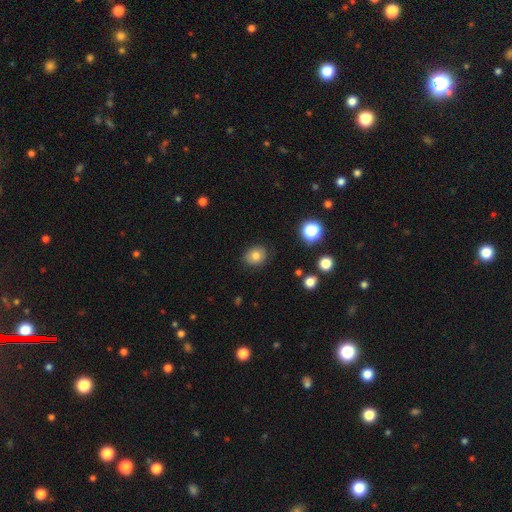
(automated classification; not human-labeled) Overall: smooth (78%). How rounded: round (66%; in between 33%). Merging: none (86%).